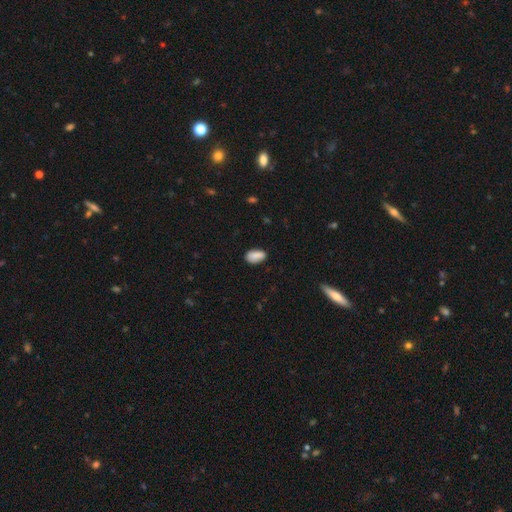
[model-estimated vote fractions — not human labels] This appears to be a smooth galaxy with no disk features (86%) that is in between round and cigar-shaped (91%). Merging: none (79%).